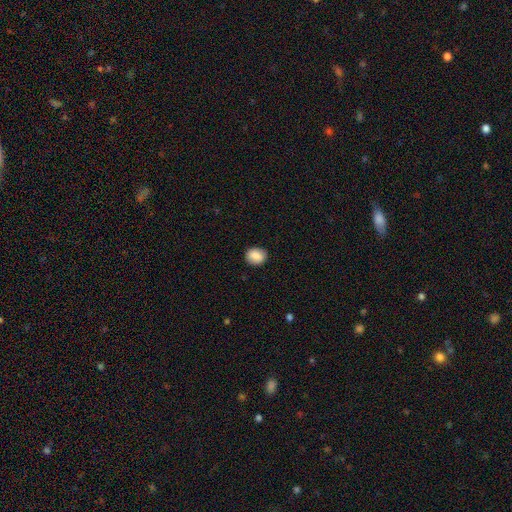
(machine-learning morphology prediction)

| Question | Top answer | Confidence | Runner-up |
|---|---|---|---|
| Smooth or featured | smooth | 87% | star or artifact (8%) |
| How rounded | round | 59% | in between (40%) |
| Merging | none | 87% | minor disturbance (10%) |